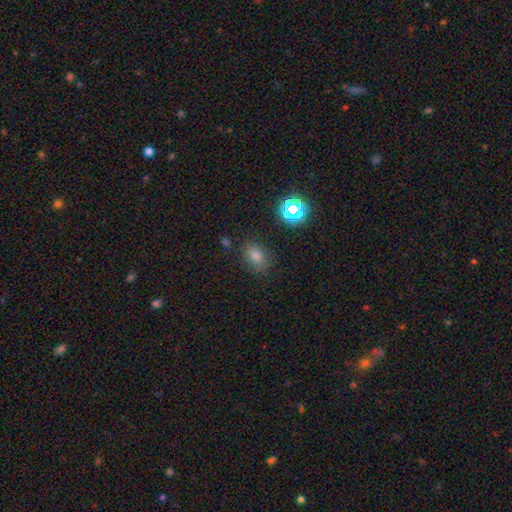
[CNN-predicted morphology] Overall: smooth (72%). How rounded: in between (64%; round 34%). Merging: none (82%).